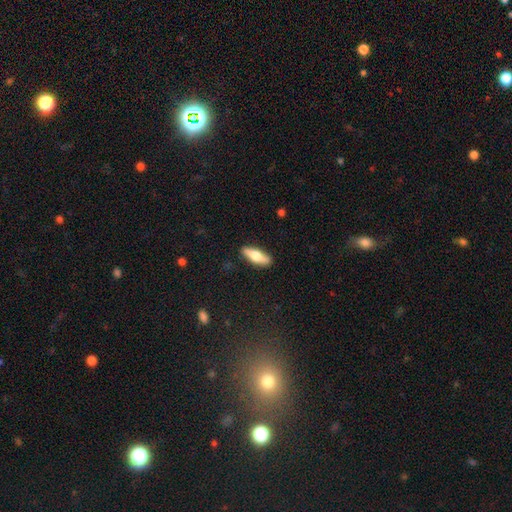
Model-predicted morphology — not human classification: Smooth or featured? smooth (60%)
How rounded? in between (49%)
Merging? none (86%)